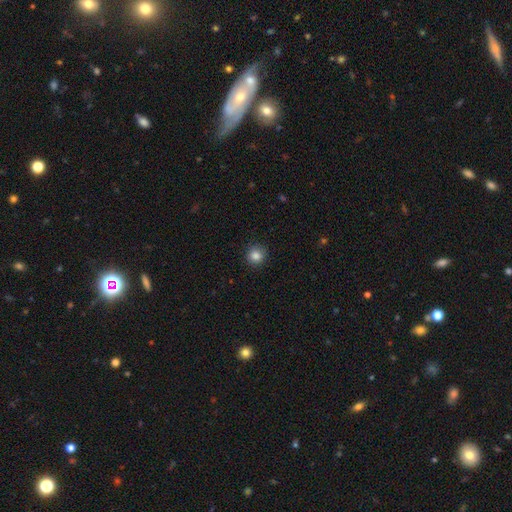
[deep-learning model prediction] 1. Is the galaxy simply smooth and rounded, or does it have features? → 85% smooth, 11% star or artifact, 4% featured or disk.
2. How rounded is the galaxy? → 93% round, 6% in between, 1% cigar-shaped.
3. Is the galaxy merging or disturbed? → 91% none, 6% minor disturbance, 2% major disturbance, 1% merger.